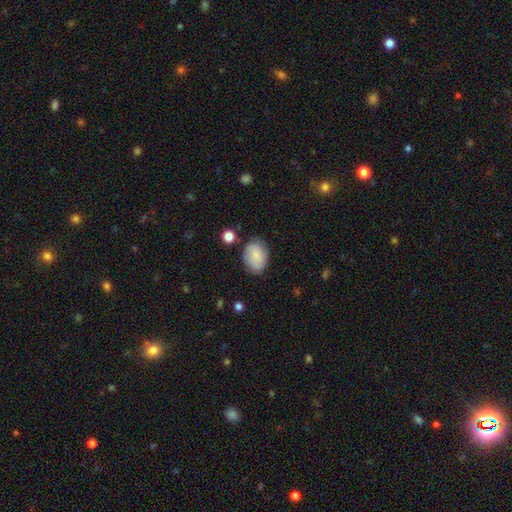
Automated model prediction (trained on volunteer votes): The model was most divided on "how rounded": in between: 71%, round: 28%, cigar-shaped: 1%. More confident: merging — none (76%); smooth or featured — smooth (74%).